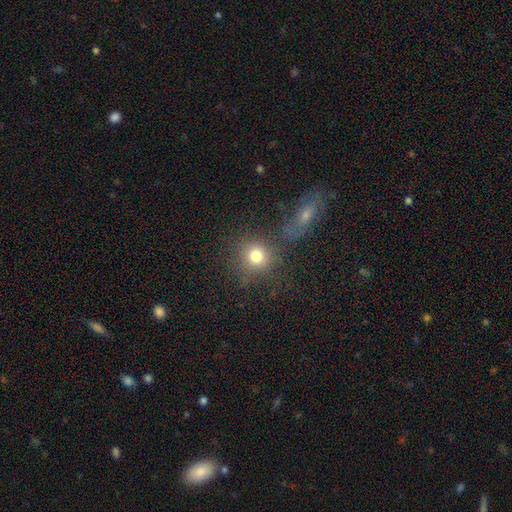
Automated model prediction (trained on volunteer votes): A smooth galaxy with no disk features (78%) that is round (87%). Merging: none (69%).